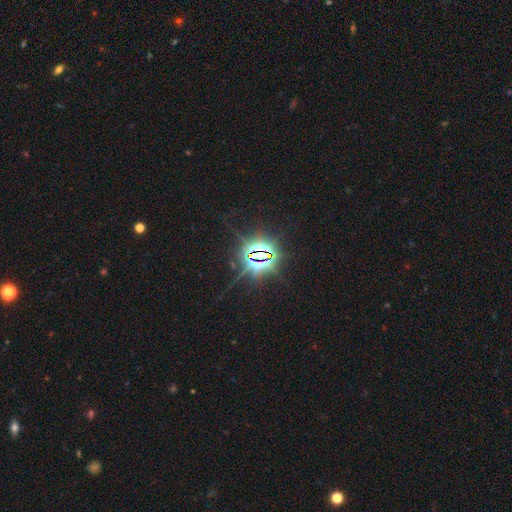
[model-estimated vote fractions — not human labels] A star or artifact, not a galaxy (86%).